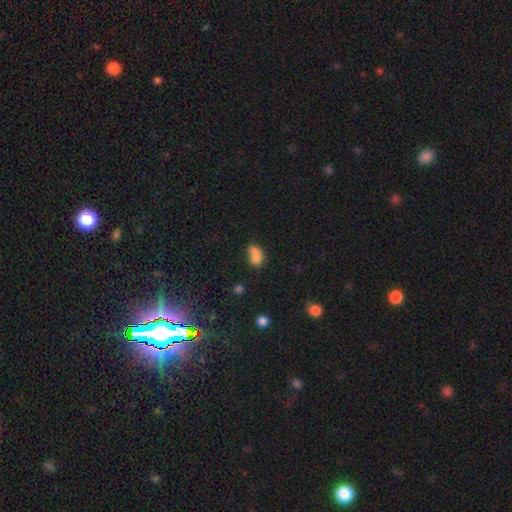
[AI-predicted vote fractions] smooth 75%, featured or disk 13%, star or artifact 12%. Down the decision tree: how rounded — in between (75%); merging — merger (38%).